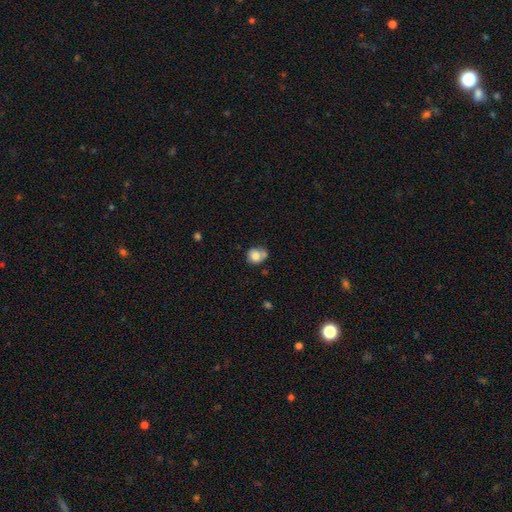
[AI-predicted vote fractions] This appears to be a smooth galaxy with no disk features (79%) that is round (80%). Merging: none (49%).